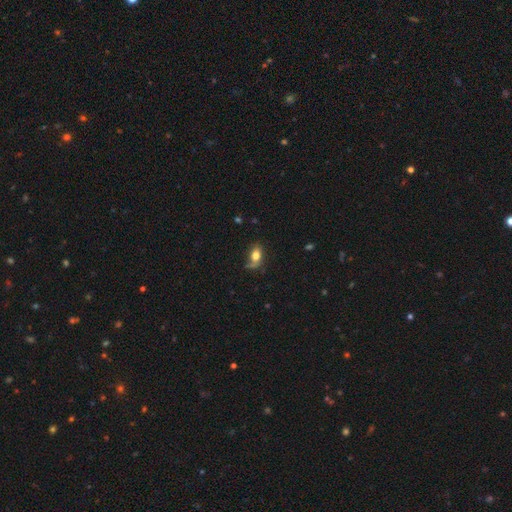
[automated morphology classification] type=smooth (71%); roundness=in between (82%); merging=none (50%).